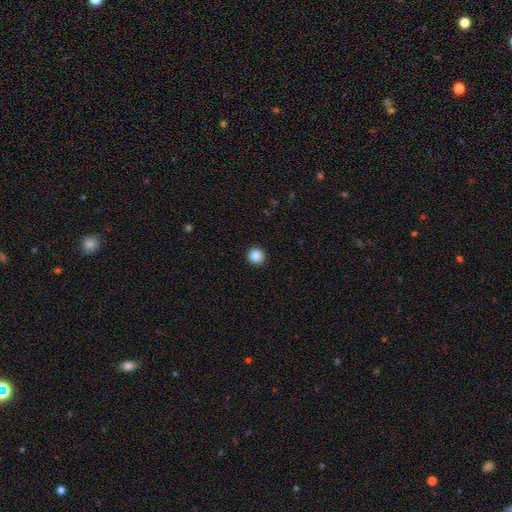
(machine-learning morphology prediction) The model was most divided on "smooth or featured": smooth: 87%, star or artifact: 10%, featured or disk: 3%. More confident: how rounded — round (95%); merging — none (93%).